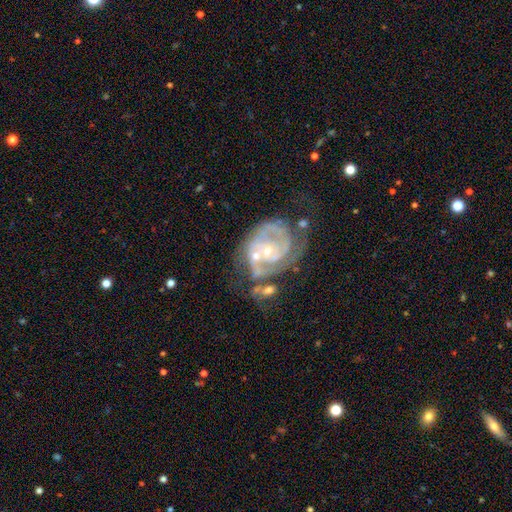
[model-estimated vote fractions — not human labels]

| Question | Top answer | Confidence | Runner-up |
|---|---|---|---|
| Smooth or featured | featured or disk | 83% | smooth (11%) |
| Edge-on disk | no | 98% | yes (2%) |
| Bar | no | 73% | weak (22%) |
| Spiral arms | yes | 83% | no (17%) |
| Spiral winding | tight | 49% | medium (38%) |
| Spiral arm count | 2 | 40% | can't tell (26%) |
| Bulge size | small | 51% | moderate (42%) |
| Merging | none | 32% | merger (27%) |